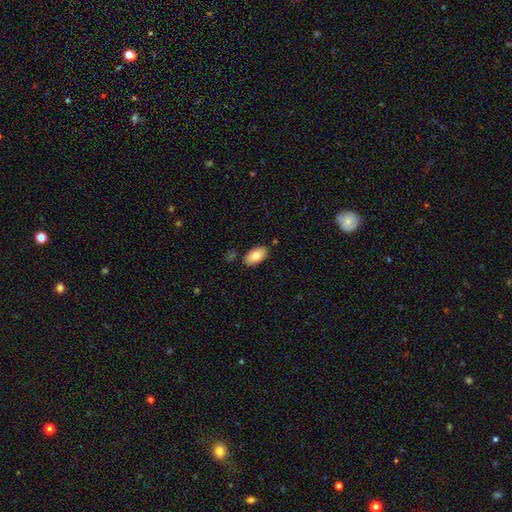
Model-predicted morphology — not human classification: smooth_or_featured: smooth (p=0.78) [alt: featured or disk p=0.15]
how_rounded: in between (p=0.94) [alt: round p=0.03]
merging: none (p=0.85) [alt: minor disturbance p=0.10]